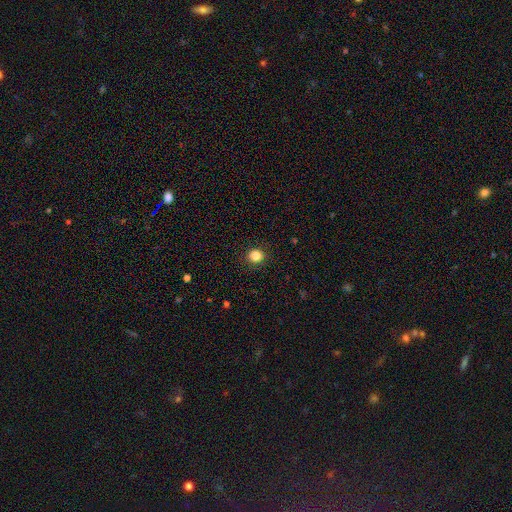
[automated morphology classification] smooth_or_featured: smooth (p=0.85) [alt: star or artifact p=0.11]
how_rounded: round (p=0.87) [alt: in between p=0.12]
merging: none (p=0.91) [alt: minor disturbance p=0.06]